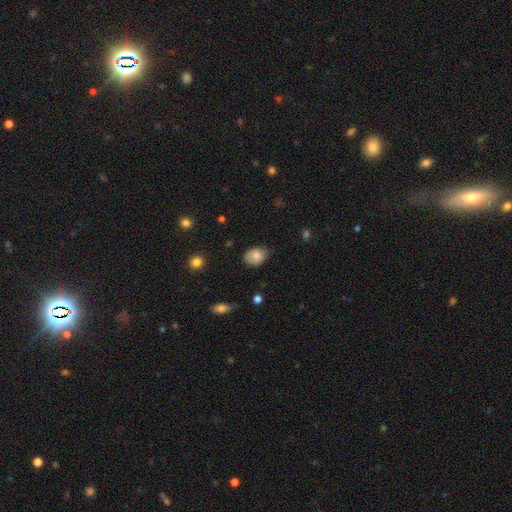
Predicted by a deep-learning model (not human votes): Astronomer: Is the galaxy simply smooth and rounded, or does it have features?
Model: smooth — 83%.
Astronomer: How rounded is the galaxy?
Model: in between — 66%.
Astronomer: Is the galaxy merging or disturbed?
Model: none — 67%.